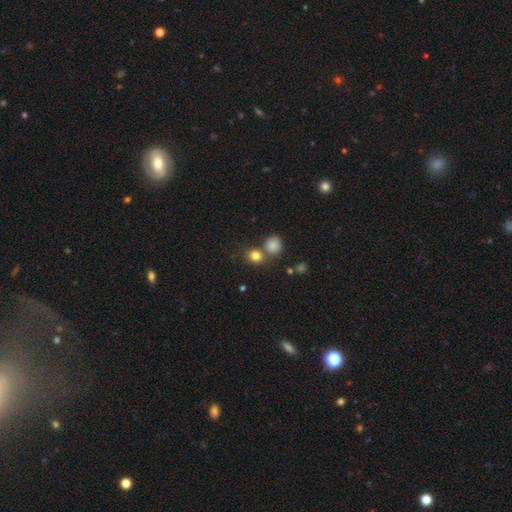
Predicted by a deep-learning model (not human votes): Smooth or featured? Predicted: smooth (p=0.80). How rounded? Predicted: round (p=0.75). Merging? Predicted: none (p=0.61).